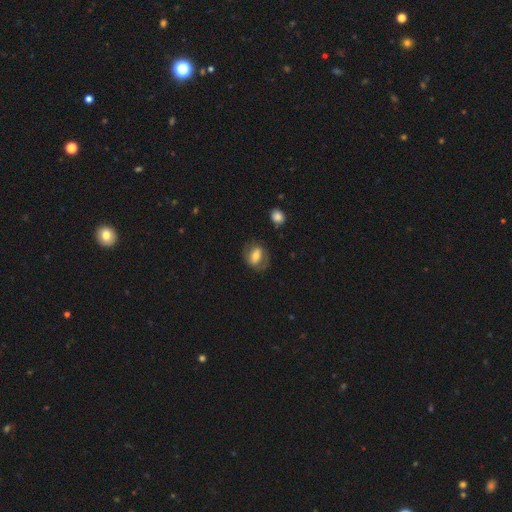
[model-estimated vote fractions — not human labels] A smooth galaxy with no disk features (49%).

Vote fractions:
- Smooth or featured? smooth: 49% / featured or disk: 44% / star or artifact: 8%
- Merging? none: 69% / minor disturbance: 18% / major disturbance: 11% / merger: 2%